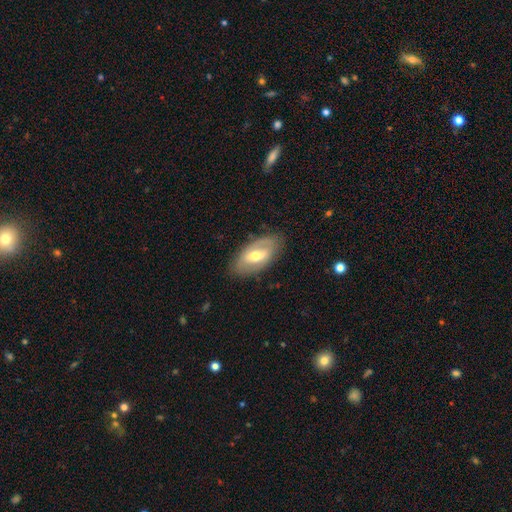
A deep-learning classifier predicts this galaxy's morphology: Smooth or featured?
  - featured or disk: 57% *
  - smooth: 37%
  - star or artifact: 6%
Edge-on disk?
  - no: 88% *
  - yes: 12%
Merging?
  - none: 78% *
  - minor disturbance: 16%
  - major disturbance: 5%
  - merger: 1%